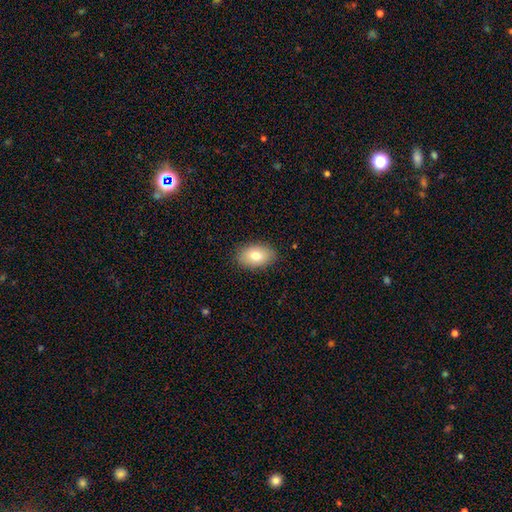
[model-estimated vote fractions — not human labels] Smooth or featured: smooth — 78% (featured or disk — 14%)
How rounded: in between — 89% (round — 10%)
Merging: none — 87% (minor disturbance — 9%)